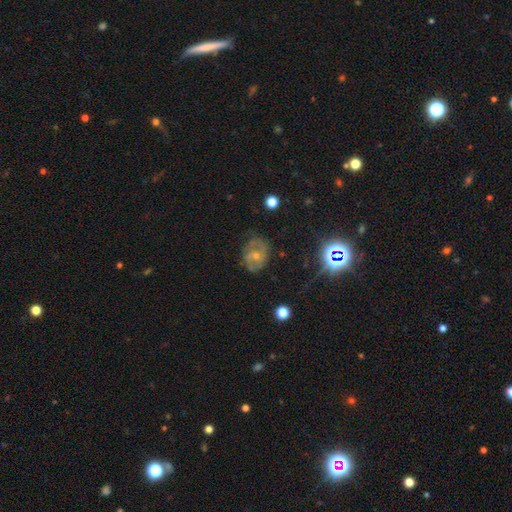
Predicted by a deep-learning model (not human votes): This is likely a featured or disk galaxy (62%). It is clearly not viewed edge-on (97%). Bar: likely no (60%). Spiral arm pattern: likely yes (80%). Central bulge: likely small (64%). Merging: possibly none (52%).